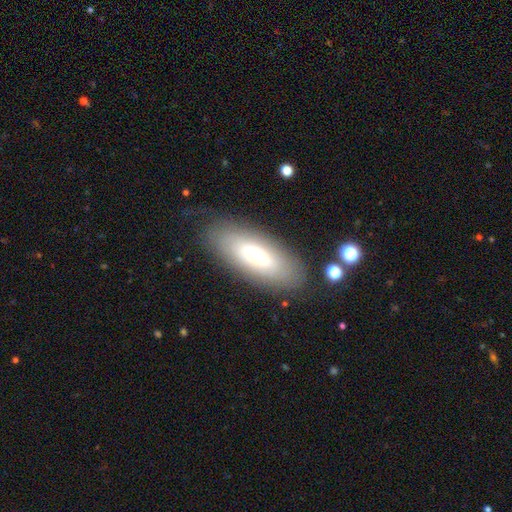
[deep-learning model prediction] Smooth or featured: smooth — 59% (featured or disk — 33%)
How rounded: in between — 78% (cigar-shaped — 19%)
Merging: none — 80% (minor disturbance — 12%)